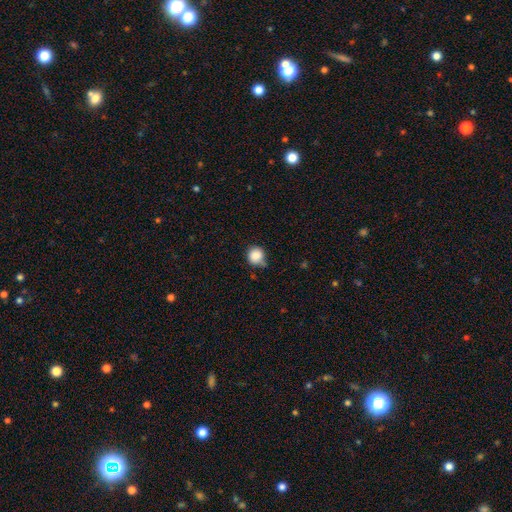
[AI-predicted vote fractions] Smooth or featured: smooth — 86% (star or artifact — 9%)
How rounded: round — 88% (in between — 11%)
Merging: none — 56% (minor disturbance — 30%)